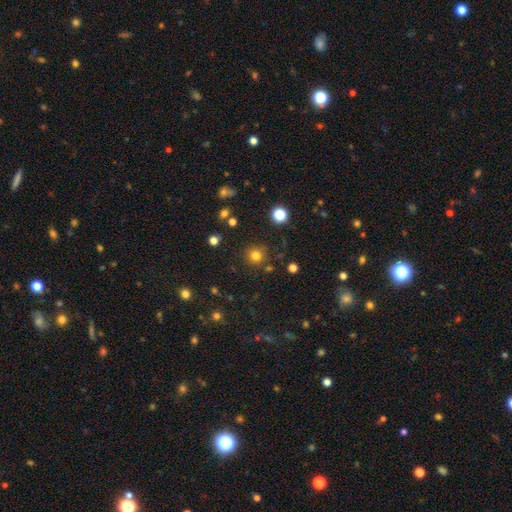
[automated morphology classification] Smooth or featured? smooth (78%)
How rounded? round (93%)
Merging? none (85%)